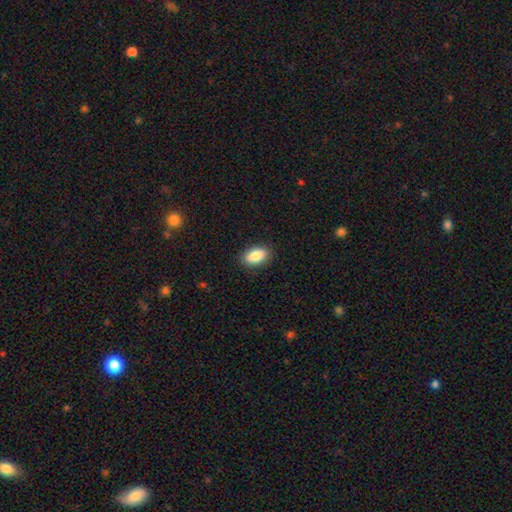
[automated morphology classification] type=smooth (87%); roundness=in between (91%); merging=none (88%).